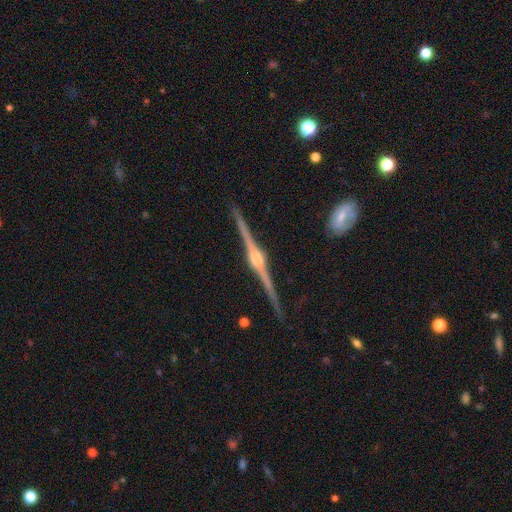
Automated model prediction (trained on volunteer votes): A featured or disk galaxy (91%) viewed edge-on (99%) with a rounded central bulge (82%). Merging: none (91%).